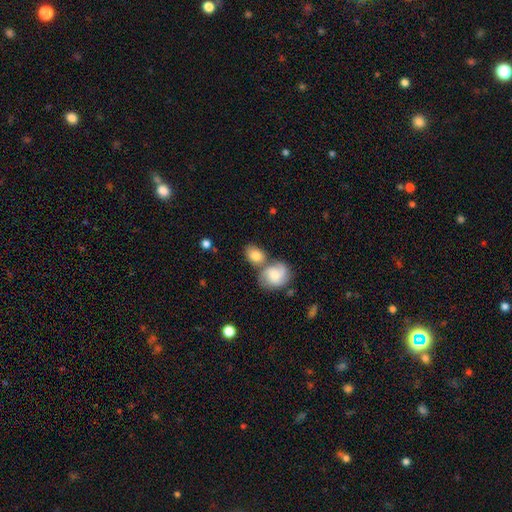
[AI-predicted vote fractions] This is likely a smooth galaxy (73%). How rounded: likely in between (61%). Merging: marginally merger (43%).